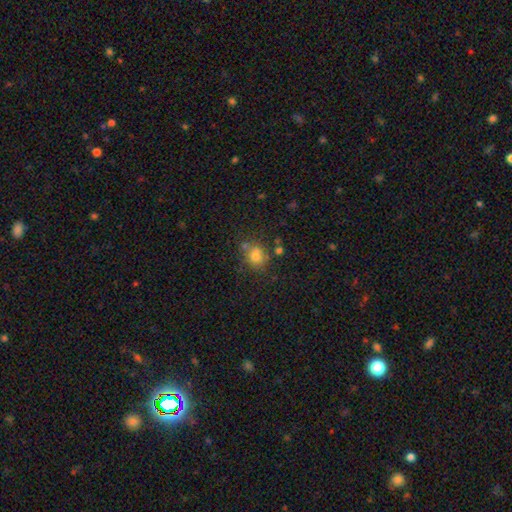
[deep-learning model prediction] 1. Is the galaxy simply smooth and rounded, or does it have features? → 74% smooth, 15% star or artifact, 11% featured or disk.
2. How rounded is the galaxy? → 65% round, 34% in between, 1% cigar-shaped.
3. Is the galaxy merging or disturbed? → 63% none, 16% minor disturbance, 15% merger, 6% major disturbance.